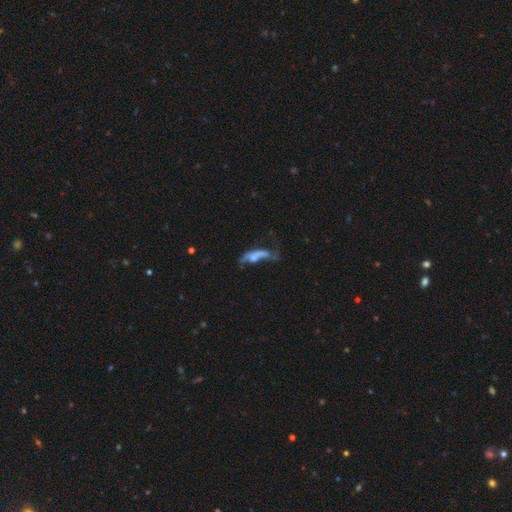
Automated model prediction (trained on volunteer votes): A smooth galaxy with no disk features (44%). Merging: major disturbance (43%).